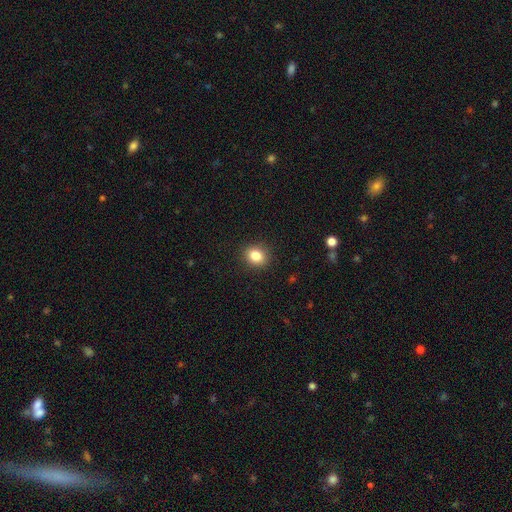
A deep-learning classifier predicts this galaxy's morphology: A smooth galaxy with no disk features (84%) that is round (62%). Merging: none (90%).